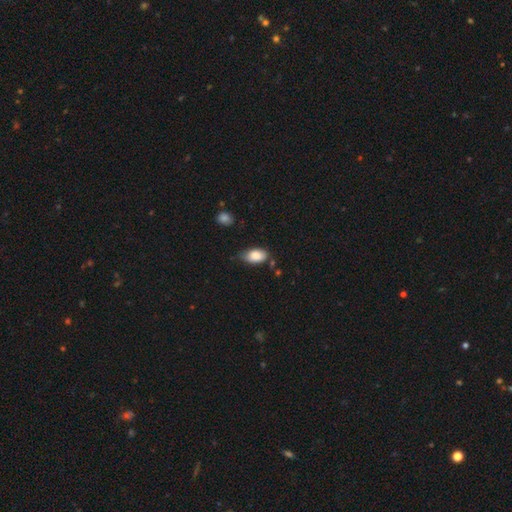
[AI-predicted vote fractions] The model was most divided on "merging": none: 57%, minor disturbance: 34%, major disturbance: 6%, merger: 3%. More confident: how rounded — in between (91%); smooth or featured — smooth (85%).